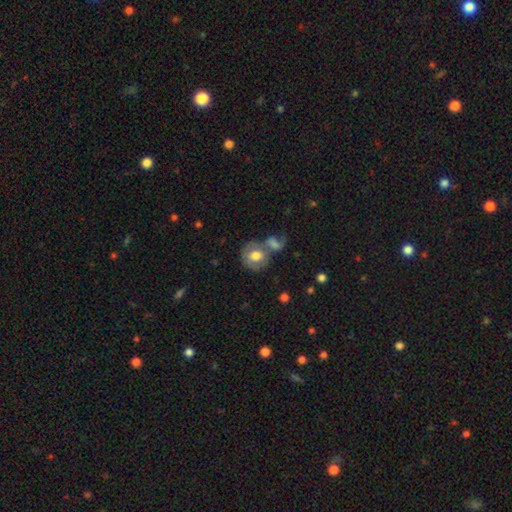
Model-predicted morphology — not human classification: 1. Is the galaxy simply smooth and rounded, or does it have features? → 62% smooth, 31% featured or disk, 8% star or artifact.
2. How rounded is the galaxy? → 76% round, 23% in between, 1% cigar-shaped.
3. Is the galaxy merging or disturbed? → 41% merger, 37% none, 13% minor disturbance, 9% major disturbance.